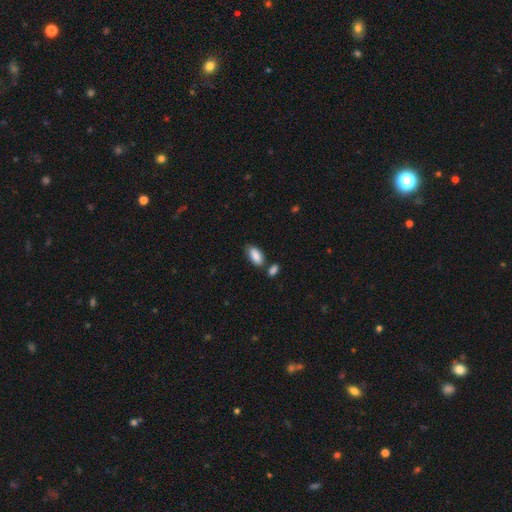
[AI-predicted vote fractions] Morphology: type=smooth (88%); roundness=in between (91%); merging=none (63%).